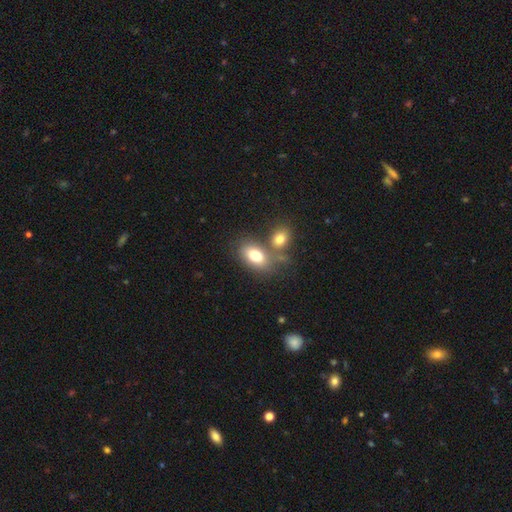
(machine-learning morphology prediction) Q: Smooth or featured?
A: smooth (79%); runner-up: featured or disk (12%)
Q: How rounded?
A: in between (88%); runner-up: round (10%)
Q: Merging?
A: none (48%); runner-up: merger (35%)